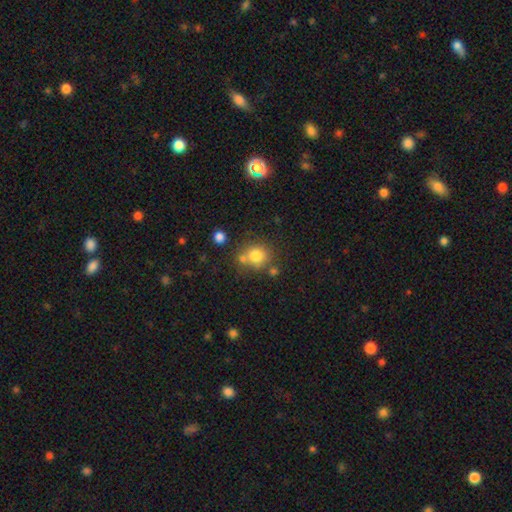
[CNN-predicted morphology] Overall: smooth (78%). How rounded: round (81%). Merging: none (62%).